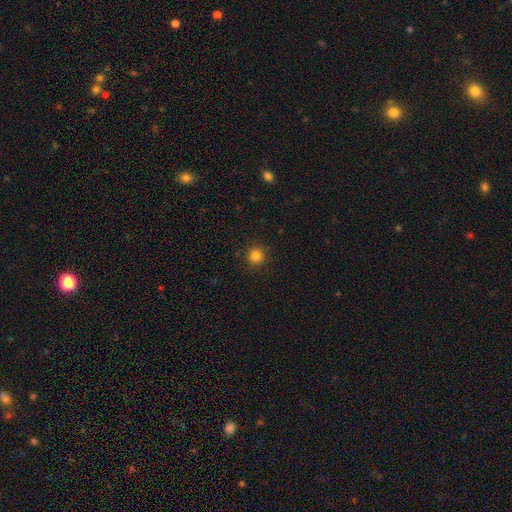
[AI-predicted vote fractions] This appears to be a smooth galaxy with no disk features (83%) that is round (94%). Merging: none (91%).